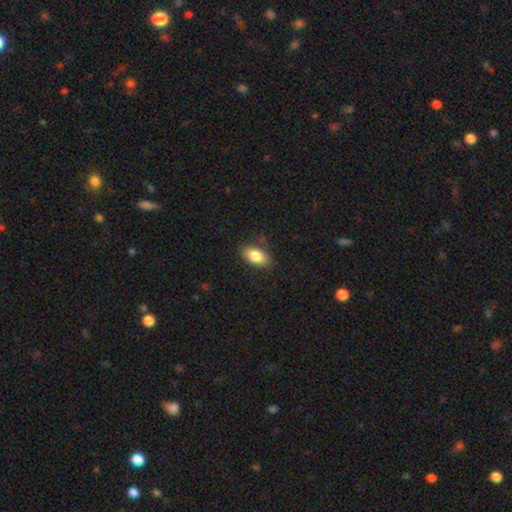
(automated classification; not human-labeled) Smooth or featured: smooth — 84% (featured or disk — 9%)
How rounded: in between — 92% (round — 5%)
Merging: none — 84% (minor disturbance — 12%)